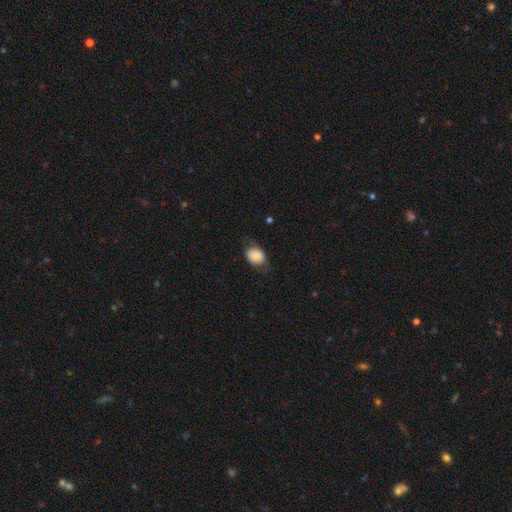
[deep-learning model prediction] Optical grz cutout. It shows a smooth galaxy with no disk features (72%) that is in between round and cigar-shaped (59%). Merging: none (63%).